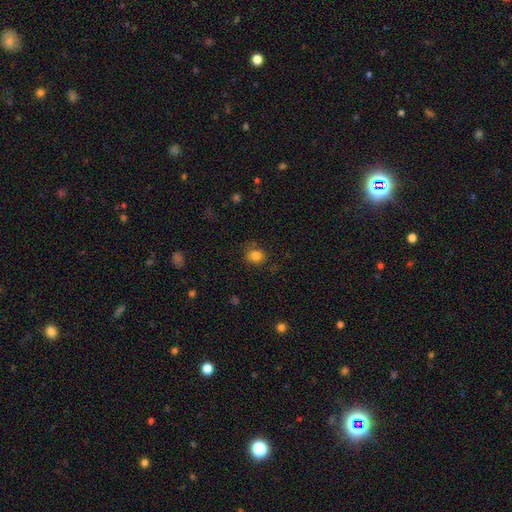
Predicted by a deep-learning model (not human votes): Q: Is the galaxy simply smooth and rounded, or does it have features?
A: smooth — 82%.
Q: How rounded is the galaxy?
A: round — 73%.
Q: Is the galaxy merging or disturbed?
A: none — 76%.